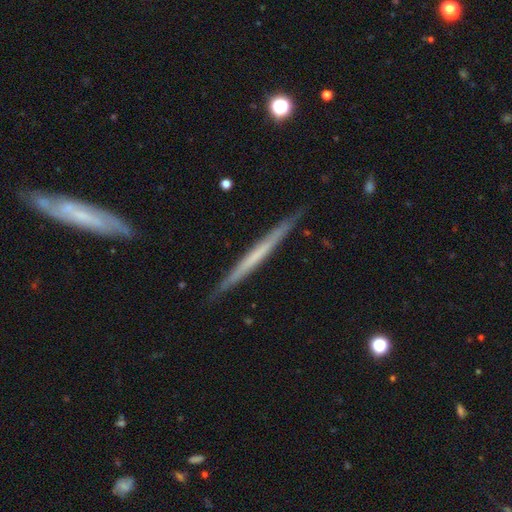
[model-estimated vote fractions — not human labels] A featured or disk galaxy (57%) viewed edge-on (97%) with no central bulge (89%).

Vote fractions:
- Smooth or featured? featured or disk: 57% / smooth: 38% / star or artifact: 5%
- Edge-on disk? yes: 97% / no: 3%
- Edge-on bulge? none: 89% / rounded: 7% / boxy: 4%
- Merging? none: 90% / minor disturbance: 7% / major disturbance: 1% / merger: 1%